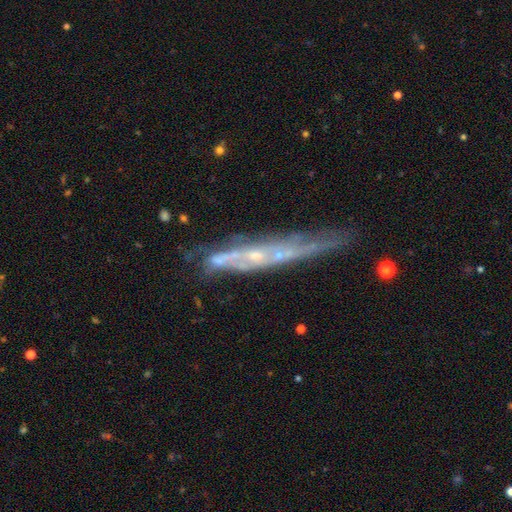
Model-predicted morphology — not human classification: A featured or disk galaxy (71%) viewed edge-on (73%) with no central bulge (64%). Merging: none (58%).